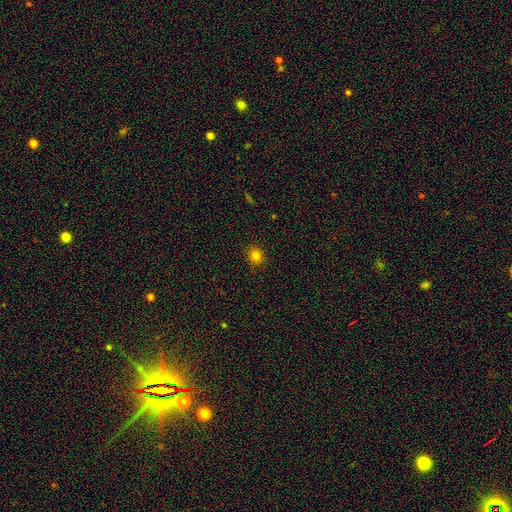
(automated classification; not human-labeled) Smooth or featured: smooth — 80% (star or artifact — 15%)
How rounded: round — 74% (in between — 25%)
Merging: none — 88% (minor disturbance — 9%)